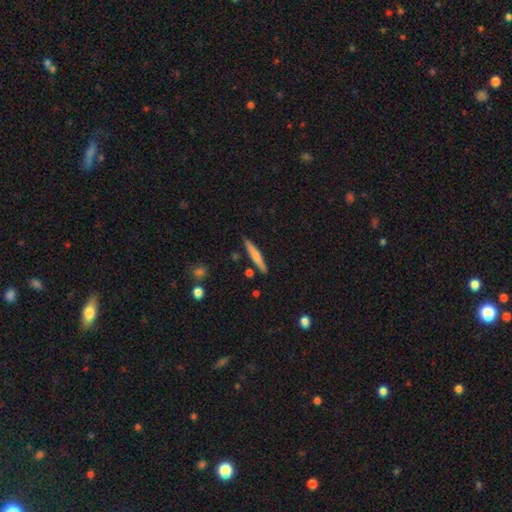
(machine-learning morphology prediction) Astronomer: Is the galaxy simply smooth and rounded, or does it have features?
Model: smooth — 61%.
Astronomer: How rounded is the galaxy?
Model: cigar-shaped — 94%.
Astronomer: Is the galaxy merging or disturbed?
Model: none — 86%.